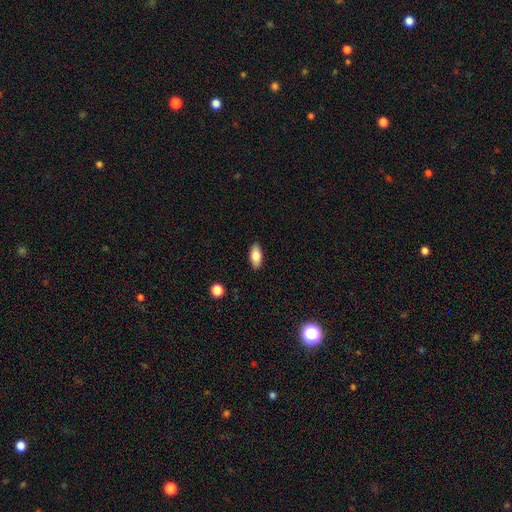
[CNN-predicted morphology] The model was most divided on "smooth or featured": smooth: 81%, featured or disk: 12%, star or artifact: 7%. More confident: merging — none (88%); how rounded — in between (88%).